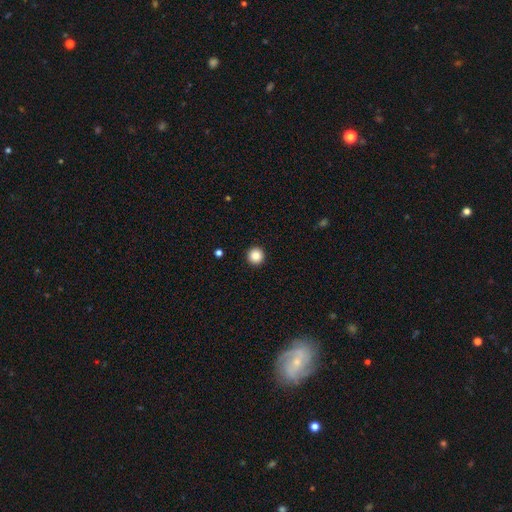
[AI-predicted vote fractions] Smooth or featured?
  - smooth: 86% *
  - star or artifact: 9%
  - featured or disk: 4%
How rounded?
  - round: 96% *
  - in between: 3%
  - cigar-shaped: 1%
Merging?
  - none: 94% *
  - minor disturbance: 4%
  - major disturbance: 1%
  - merger: 1%